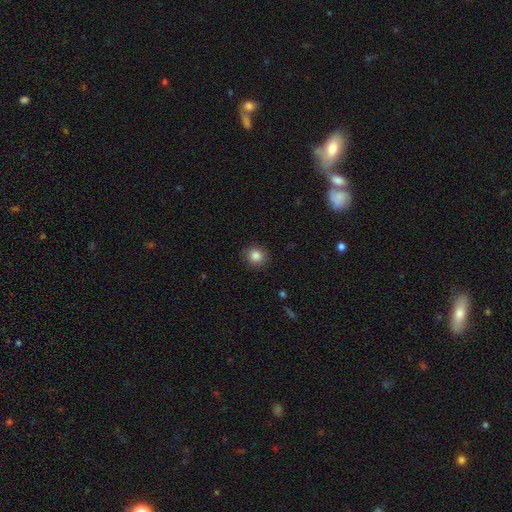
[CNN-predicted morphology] Smooth or featured? smooth (85%)
How rounded? round (81%)
Merging? none (88%)